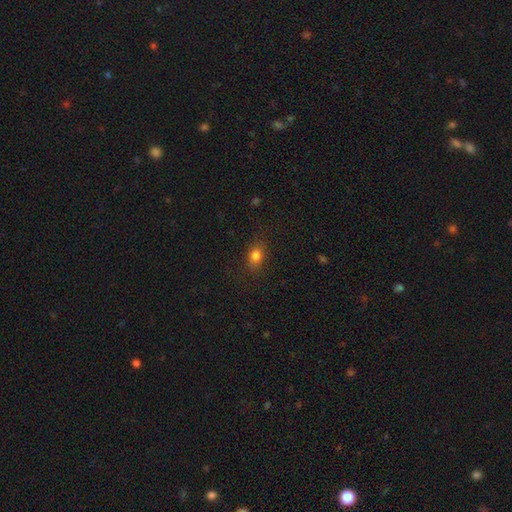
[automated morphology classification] Smooth or featured: smooth — 80% (star or artifact — 12%)
How rounded: in between — 66% (round — 31%)
Merging: none — 82% (minor disturbance — 13%)